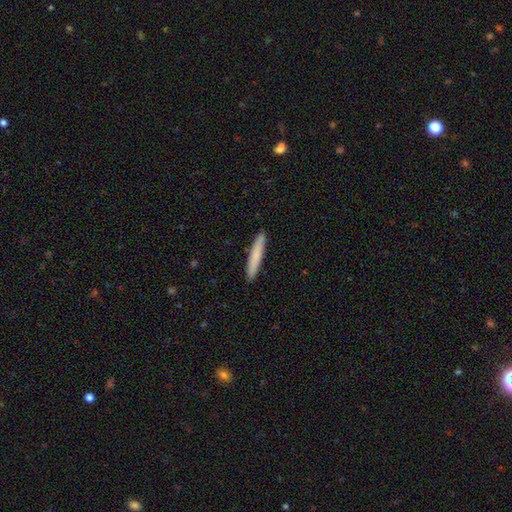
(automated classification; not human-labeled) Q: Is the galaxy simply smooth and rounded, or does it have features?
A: smooth — 78%.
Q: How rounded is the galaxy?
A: cigar-shaped — 95%.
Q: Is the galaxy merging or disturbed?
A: none — 92%.